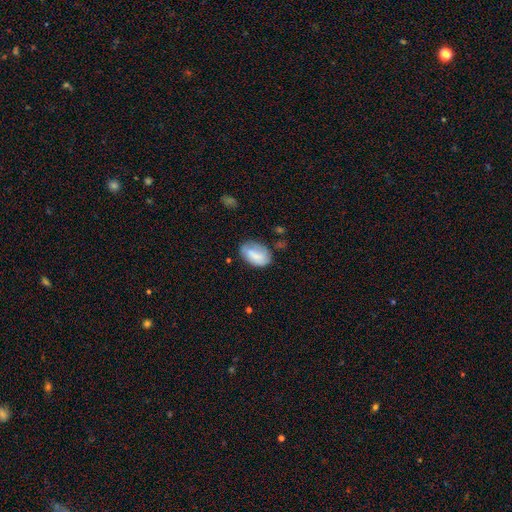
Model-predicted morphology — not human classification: smooth 74%, featured or disk 19%, star or artifact 7%. Down the decision tree: how rounded — in between (90%); merging — none (60%).